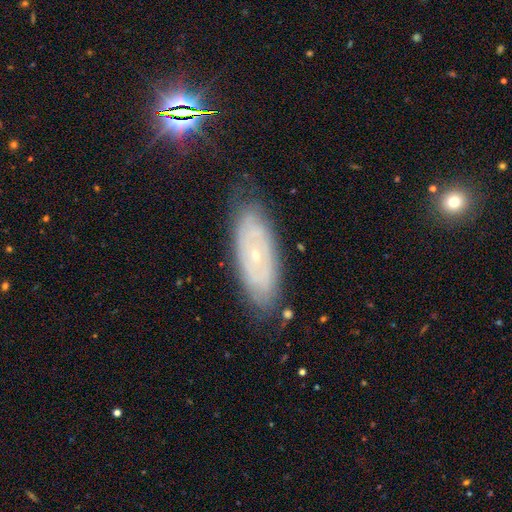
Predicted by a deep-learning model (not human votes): This is likely a featured or disk galaxy (72%). It is clearly not viewed edge-on (86%). Bar: clearly no (81%). Spiral arm pattern: likely yes (76%). Central bulge: clearly small (83%). Merging: likely none (76%).